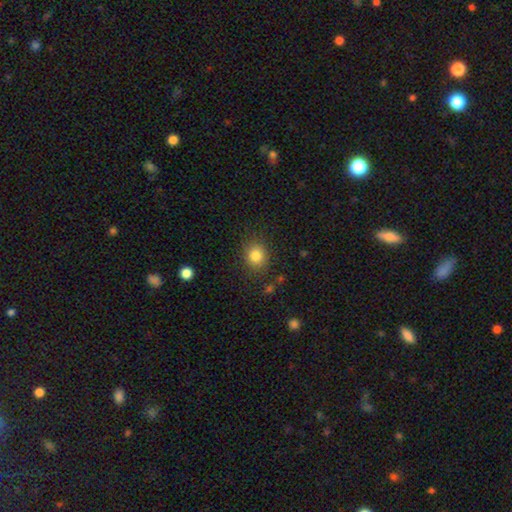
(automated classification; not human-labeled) smooth-or-featured: smooth: 83% | star or artifact: 11% | featured or disk: 6%
  how-rounded: round: 72% | in between: 27% | cigar-shaped: 1%
  merging: none: 85% | minor disturbance: 10% | major disturbance: 3% | merger: 2%